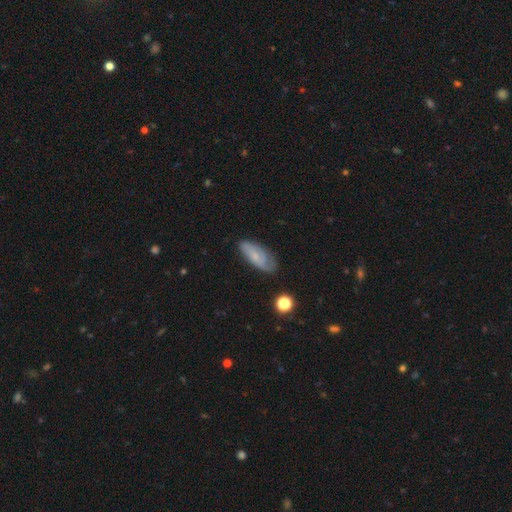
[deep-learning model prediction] Smooth or featured?
  - smooth: 47% *
  - featured or disk: 45%
  - star or artifact: 8%
Merging?
  - none: 72% *
  - minor disturbance: 21%
  - major disturbance: 5%
  - merger: 2%